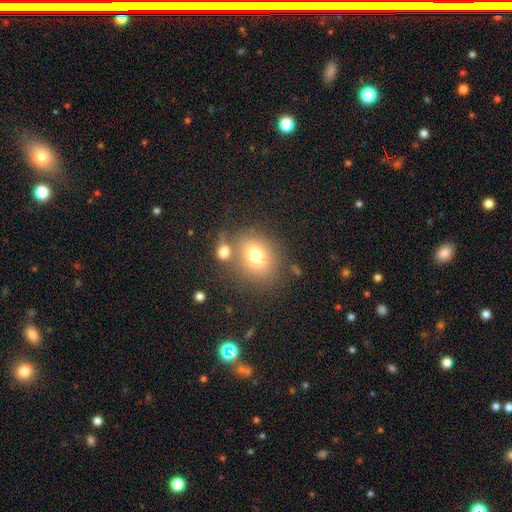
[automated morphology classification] type=smooth (73%); roundness=round (52%); merging=none (58%).